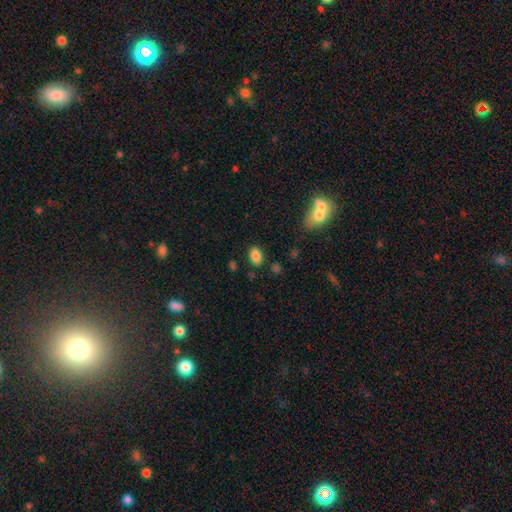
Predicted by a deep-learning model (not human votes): The model was most divided on "merging": none: 82%, minor disturbance: 11%, merger: 4%, major disturbance: 3%. More confident: how rounded — in between (87%); smooth or featured — smooth (85%).